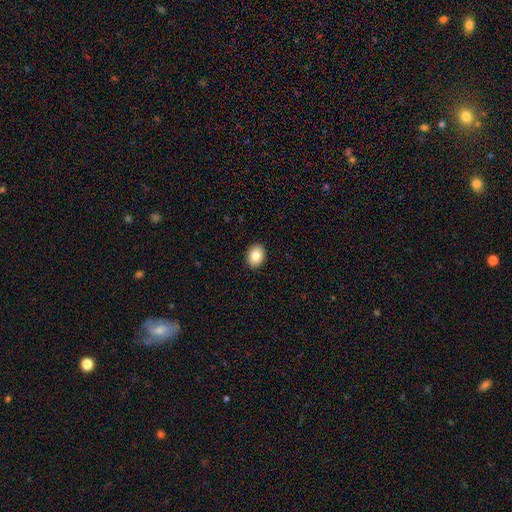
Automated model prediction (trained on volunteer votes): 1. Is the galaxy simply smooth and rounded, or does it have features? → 84% smooth, 8% featured or disk, 8% star or artifact.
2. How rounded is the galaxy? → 66% in between, 33% round, 1% cigar-shaped.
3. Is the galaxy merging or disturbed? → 91% none, 6% minor disturbance, 2% major disturbance, 1% merger.